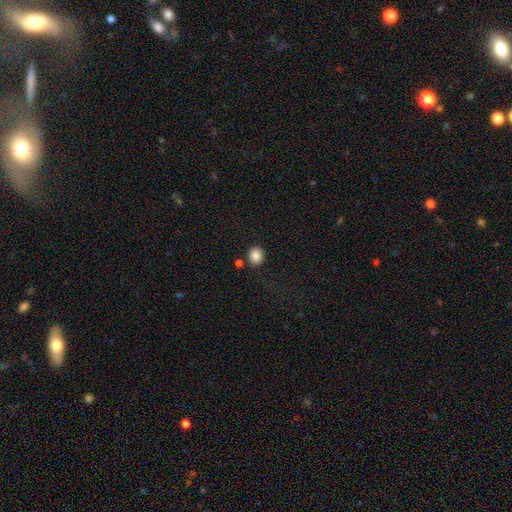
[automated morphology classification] smooth_or_featured: smooth (p=0.86) [alt: star or artifact p=0.09]
how_rounded: round (p=0.77) [alt: in between p=0.22]
merging: none (p=0.82) [alt: minor disturbance p=0.09]